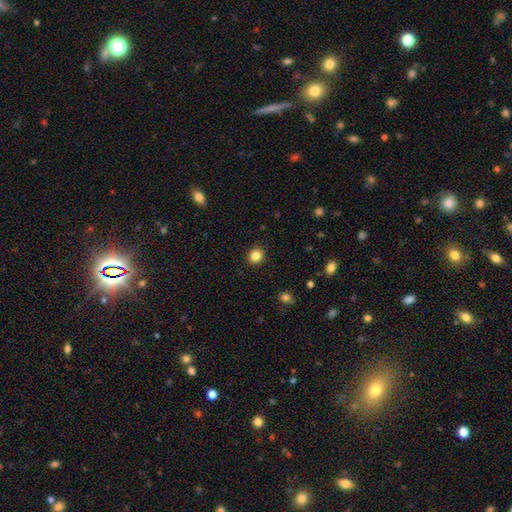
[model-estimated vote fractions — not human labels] This appears to be a smooth galaxy with no disk features (84%) that is round (85%). Merging: none (92%).